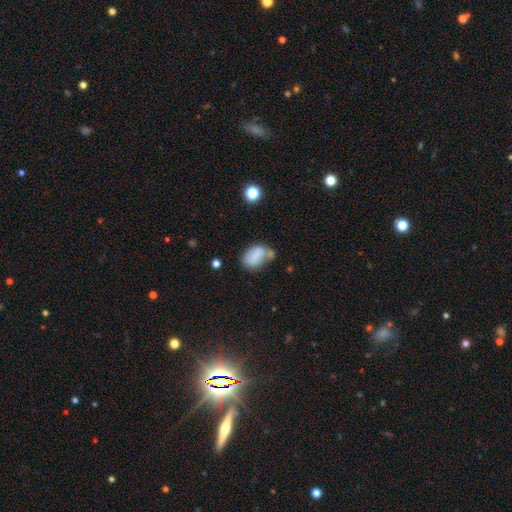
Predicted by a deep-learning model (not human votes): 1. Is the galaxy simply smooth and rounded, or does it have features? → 77% smooth, 14% featured or disk, 9% star or artifact.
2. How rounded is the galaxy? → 83% in between, 15% round, 2% cigar-shaped.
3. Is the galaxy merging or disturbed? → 38% none, 29% minor disturbance, 21% merger, 13% major disturbance.